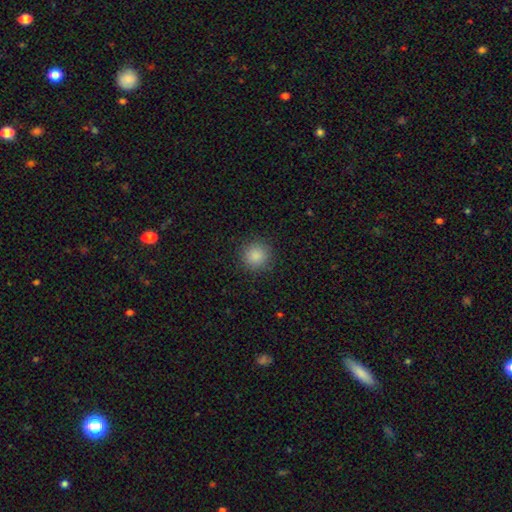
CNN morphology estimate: Q: Smooth or featured?
A: smooth (87%); runner-up: star or artifact (10%)
Q: How rounded?
A: round (94%); runner-up: in between (5%)
Q: Merging?
A: none (90%); runner-up: minor disturbance (7%)